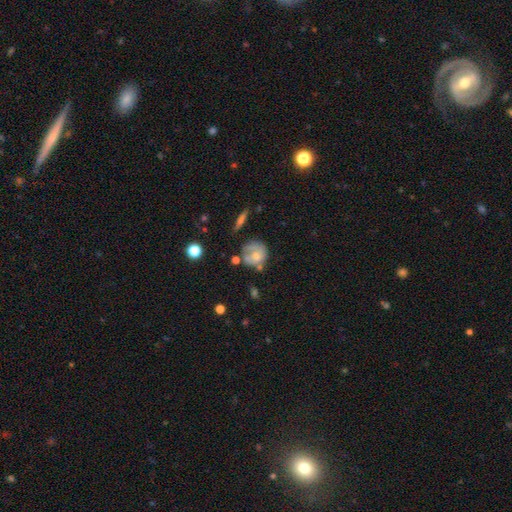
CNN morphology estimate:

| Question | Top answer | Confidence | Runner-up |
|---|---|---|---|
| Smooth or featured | smooth | 56% | featured or disk (35%) |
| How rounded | round | 77% | in between (22%) |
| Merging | none | 42% | minor disturbance (28%) |